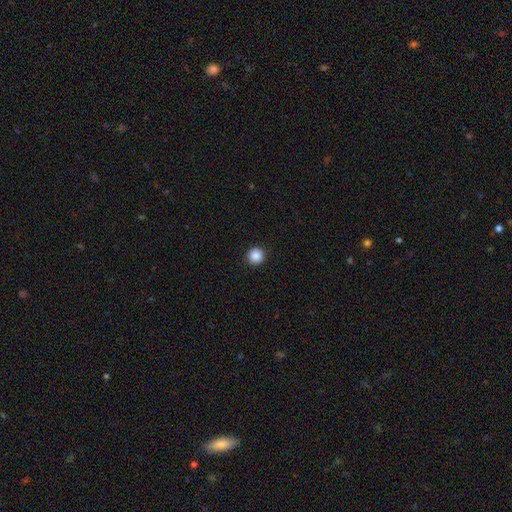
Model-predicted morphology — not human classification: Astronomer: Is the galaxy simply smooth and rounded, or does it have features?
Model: smooth — 88%.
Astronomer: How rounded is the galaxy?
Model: round — 95%.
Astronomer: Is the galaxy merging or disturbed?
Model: none — 93%.